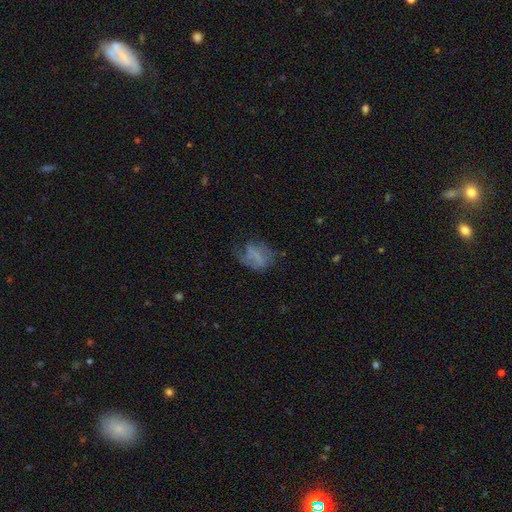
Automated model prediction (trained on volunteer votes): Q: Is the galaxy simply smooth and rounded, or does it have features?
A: smooth — 44%.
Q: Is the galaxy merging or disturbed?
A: none — 43%.